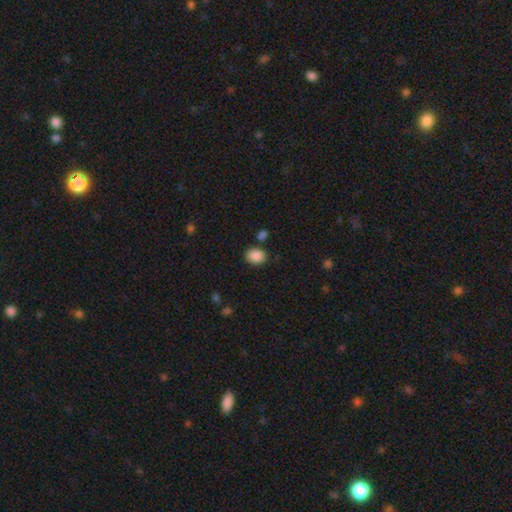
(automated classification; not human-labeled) Smooth or featured? smooth (88%)
How rounded? in between (57%)
Merging? none (82%)